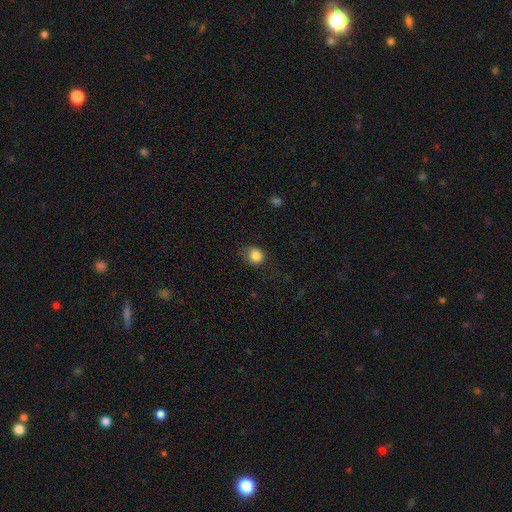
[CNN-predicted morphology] This is clearly a smooth galaxy (85%). How rounded: clearly round (84%). Merging: likely none (75%).